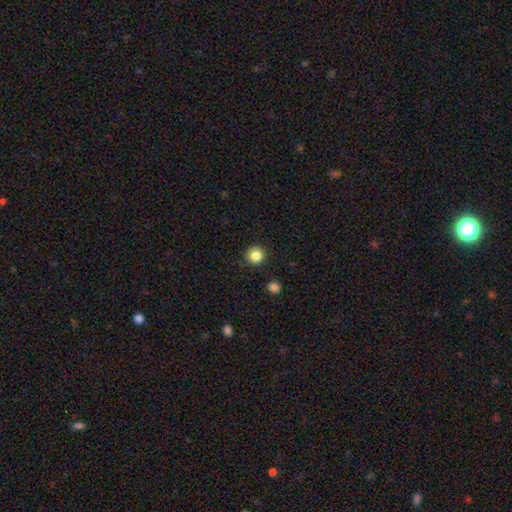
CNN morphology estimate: smooth-or-featured: smooth: 85% | star or artifact: 11% | featured or disk: 4%
  how-rounded: round: 94% | in between: 5% | cigar-shaped: 1%
  merging: none: 90% | minor disturbance: 6% | major disturbance: 2% | merger: 2%